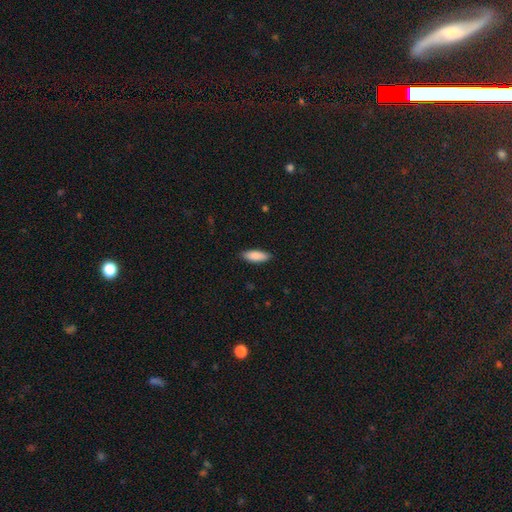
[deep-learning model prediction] Smooth or featured?
  - smooth: 88% *
  - featured or disk: 6%
  - star or artifact: 6%
How rounded?
  - in between: 71% *
  - cigar-shaped: 27%
  - round: 2%
Merging?
  - none: 87% *
  - minor disturbance: 10%
  - major disturbance: 2%
  - merger: 1%